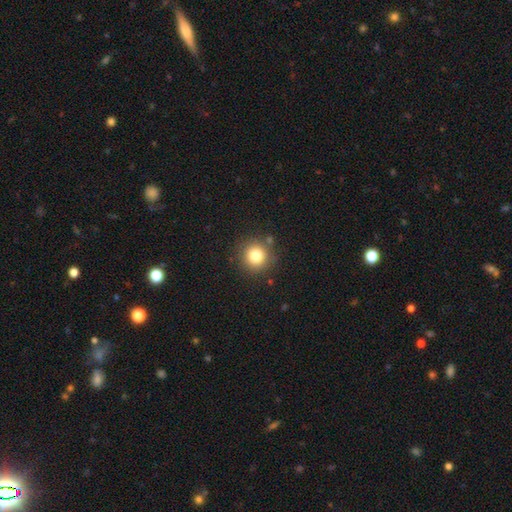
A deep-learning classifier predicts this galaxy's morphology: smooth_or_featured: smooth (p=0.80) [alt: star or artifact p=0.12]
how_rounded: round (p=0.93) [alt: in between p=0.06]
merging: none (p=0.85) [alt: minor disturbance p=0.08]